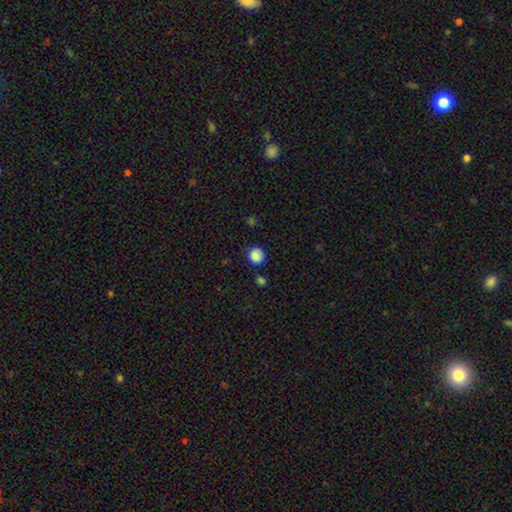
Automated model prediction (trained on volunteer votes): Smooth or featured: smooth — 85% (star or artifact — 10%)
How rounded: round — 84% (in between — 16%)
Merging: none — 73% (minor disturbance — 18%)